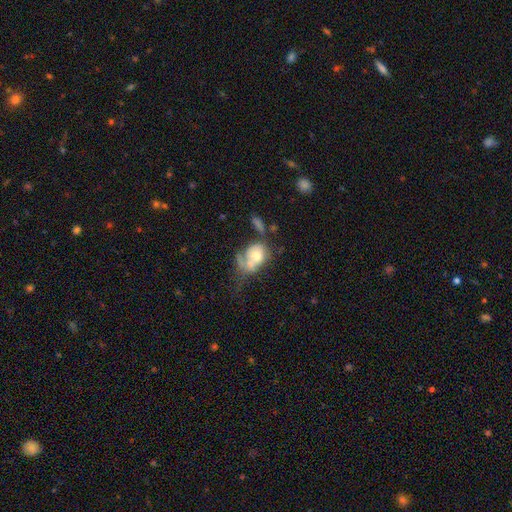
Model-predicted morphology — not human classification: smooth_or_featured: smooth (p=0.60) [alt: featured or disk p=0.32]
how_rounded: in between (p=0.61) [alt: round p=0.37]
merging: merger (p=0.39) [alt: major disturbance p=0.26]